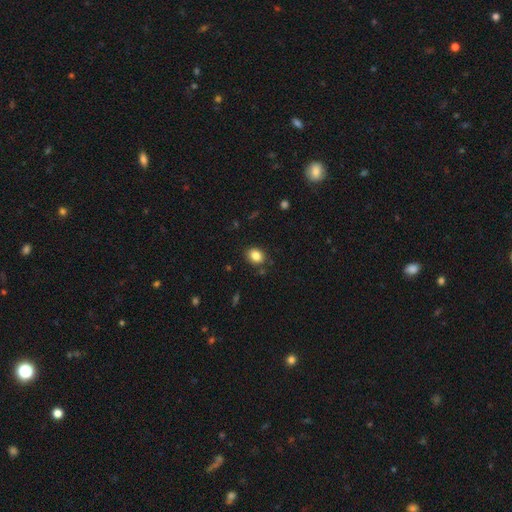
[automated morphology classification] smooth_or_featured: smooth (p=0.84) [alt: star or artifact p=0.10]
how_rounded: in between (p=0.51) [alt: round p=0.48]
merging: none (p=0.86) [alt: minor disturbance p=0.10]